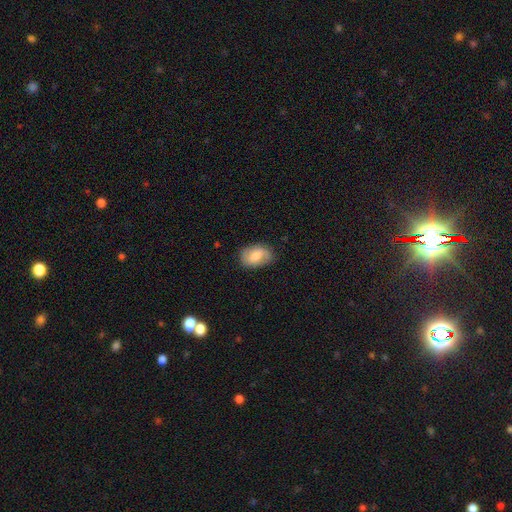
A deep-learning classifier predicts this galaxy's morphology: A smooth galaxy with no disk features (59%) that is in between round and cigar-shaped (85%).

Vote fractions:
- Smooth or featured? smooth: 59% / featured or disk: 33% / star or artifact: 7%
- How rounded? in between: 85% / round: 13% / cigar-shaped: 1%
- Merging? none: 76% / minor disturbance: 19% / major disturbance: 5% / merger: 1%